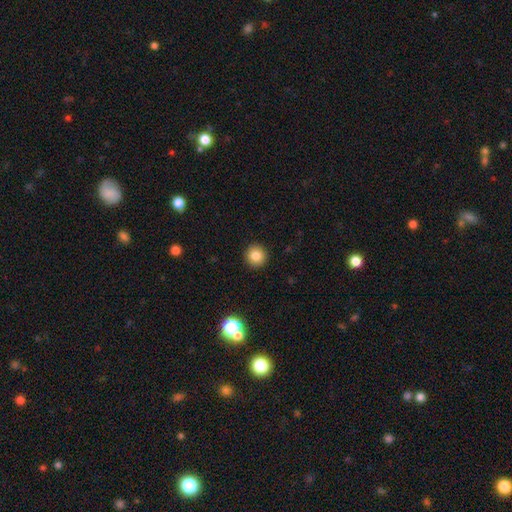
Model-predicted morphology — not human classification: Smooth or featured? smooth (83%)
How rounded? round (94%)
Merging? none (93%)